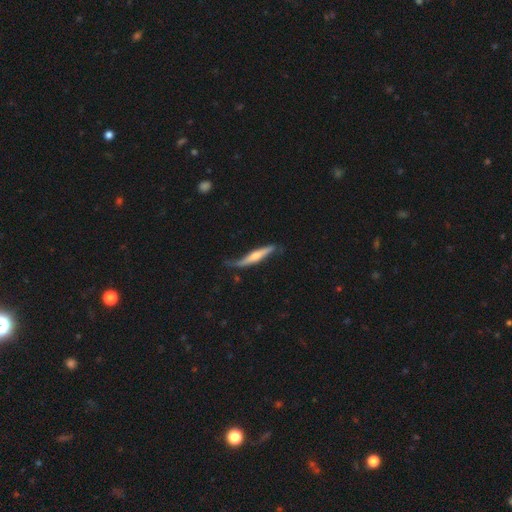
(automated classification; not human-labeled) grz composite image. It shows a featured or disk galaxy (64%) viewed edge-on (86%) with a rounded central bulge (83%). Merging: none (53%).